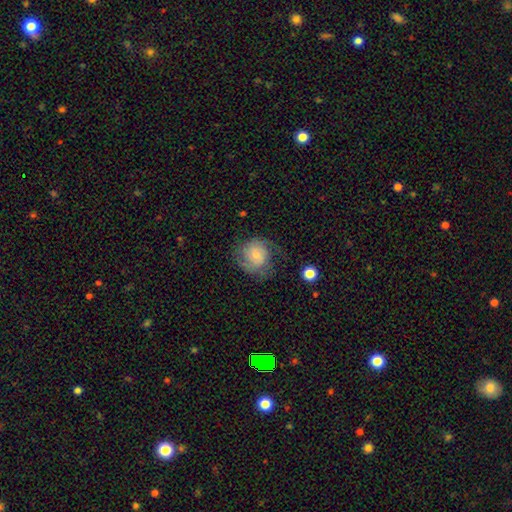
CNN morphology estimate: Smooth or featured? featured or disk (54%)
Edge-on disk? no (97%)
Bar? no (73%)
Spiral arms? yes (86%)
Bulge size? small (58%)
Merging? none (63%)